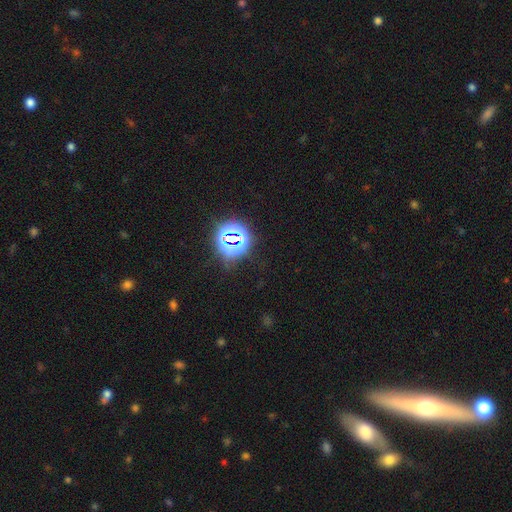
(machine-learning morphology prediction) The model was most divided on "smooth or featured": star or artifact: 55%, smooth: 26%, featured or disk: 19%.